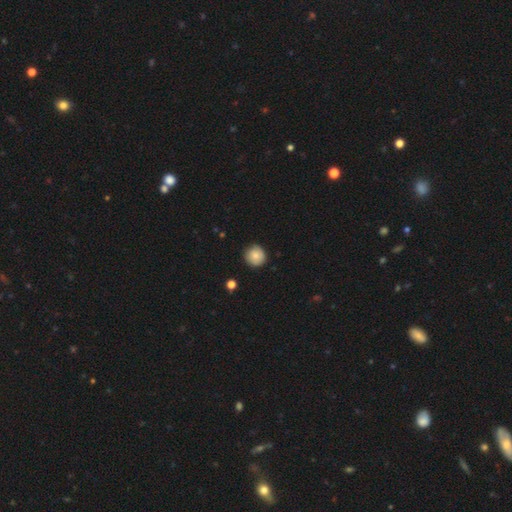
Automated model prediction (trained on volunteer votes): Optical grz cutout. It shows a smooth galaxy with no disk features (81%) that is round (94%). Merging: none (88%).